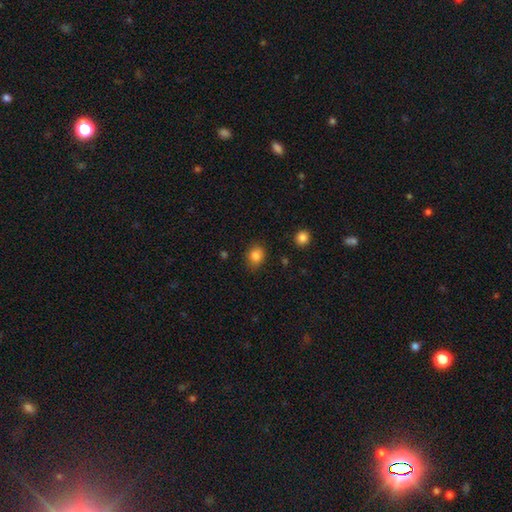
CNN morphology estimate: Smooth or featured?
  - smooth: 84% *
  - star or artifact: 11%
  - featured or disk: 6%
How rounded?
  - round: 58% *
  - in between: 41%
  - cigar-shaped: 1%
Merging?
  - none: 81% *
  - minor disturbance: 15%
  - major disturbance: 3%
  - merger: 2%